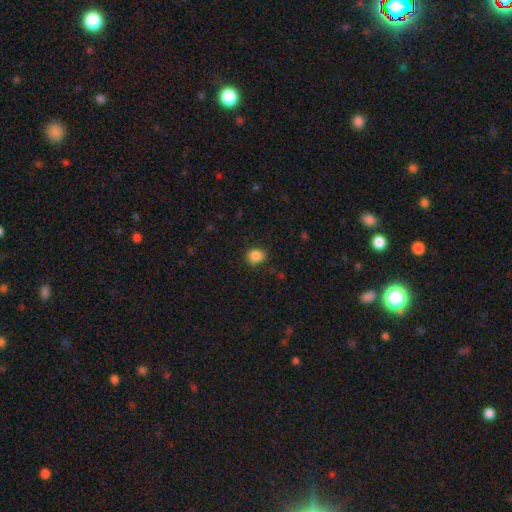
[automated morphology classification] Smooth or featured?
  - smooth: 85% *
  - star or artifact: 10%
  - featured or disk: 5%
How rounded?
  - round: 59% *
  - in between: 40%
  - cigar-shaped: 1%
Merging?
  - none: 77% *
  - minor disturbance: 17%
  - major disturbance: 4%
  - merger: 1%